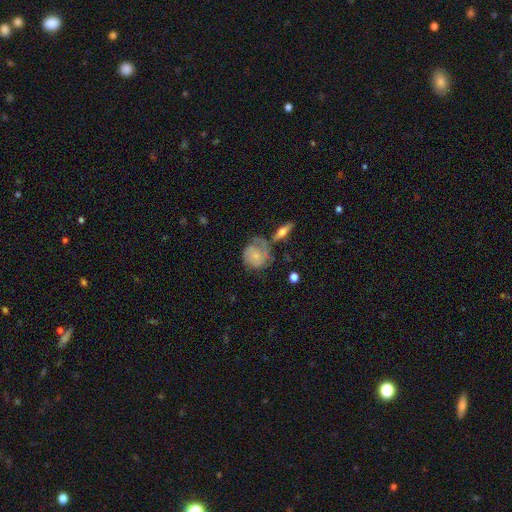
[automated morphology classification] This is possibly a featured or disk galaxy (54%). It is clearly not viewed edge-on (94%). Bar: likely no (76%). Spiral arm pattern: likely yes (77%). Central bulge: likely small (62%). Merging: possibly none (45%).